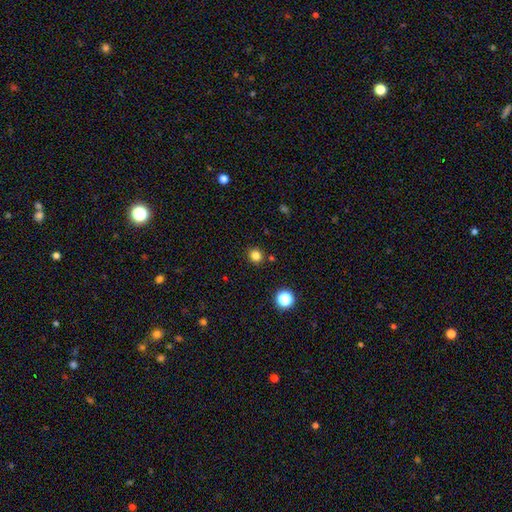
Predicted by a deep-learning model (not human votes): Smooth or featured: smooth — 81% (star or artifact — 15%)
How rounded: round — 89% (in between — 10%)
Merging: none — 89% (minor disturbance — 6%)